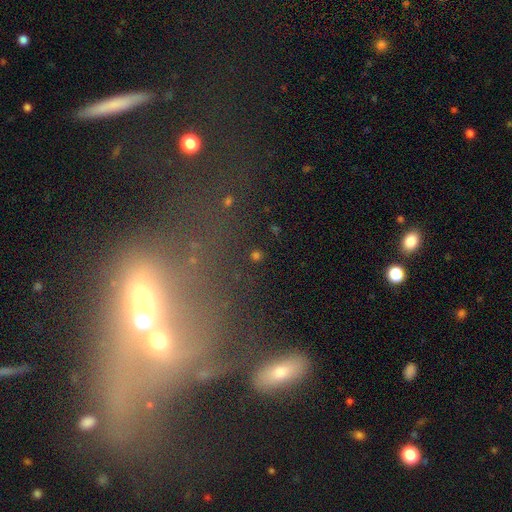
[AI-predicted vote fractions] smooth-or-featured: star or artifact: 49% | smooth: 38% | featured or disk: 13%